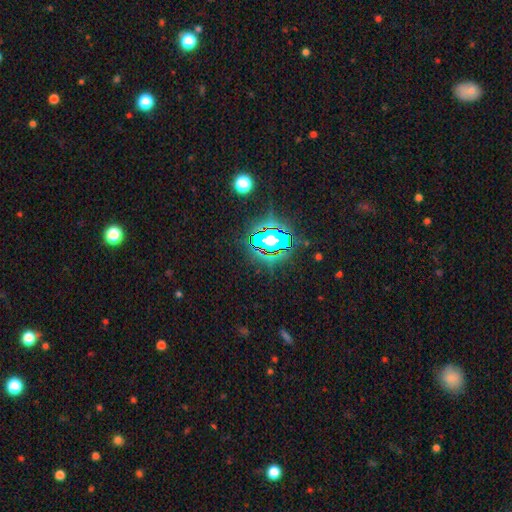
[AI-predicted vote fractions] Smooth or featured? Predicted: star or artifact (p=0.83).